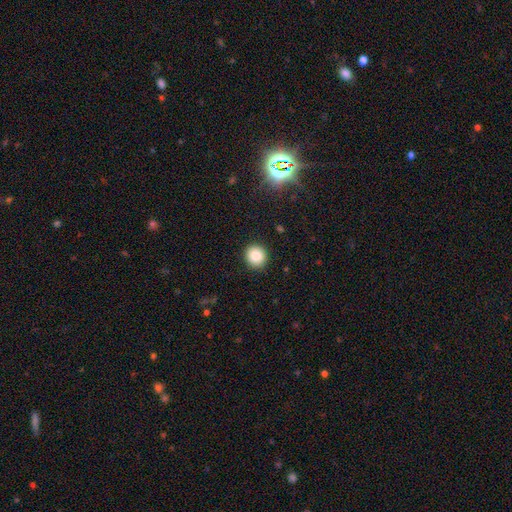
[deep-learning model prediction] Morphology: type=smooth (85%); roundness=round (89%); merging=none (91%).